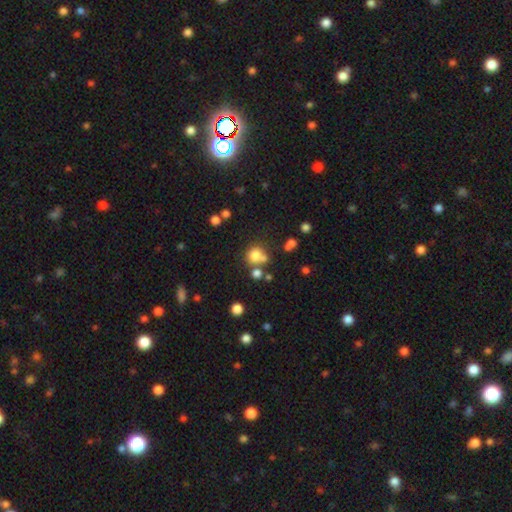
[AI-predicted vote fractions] smooth-or-featured: smooth: 76% | star or artifact: 15% | featured or disk: 9%
  how-rounded: round: 83% | in between: 16% | cigar-shaped: 1%
  merging: none: 54% | merger: 27% | minor disturbance: 13% | major disturbance: 6%